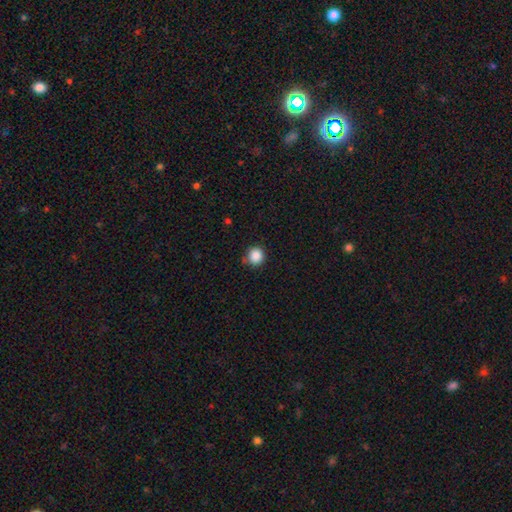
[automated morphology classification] smooth_or_featured: smooth (p=0.87) [alt: star or artifact p=0.10]
how_rounded: round (p=0.93) [alt: in between p=0.06]
merging: none (p=0.81) [alt: minor disturbance p=0.13]